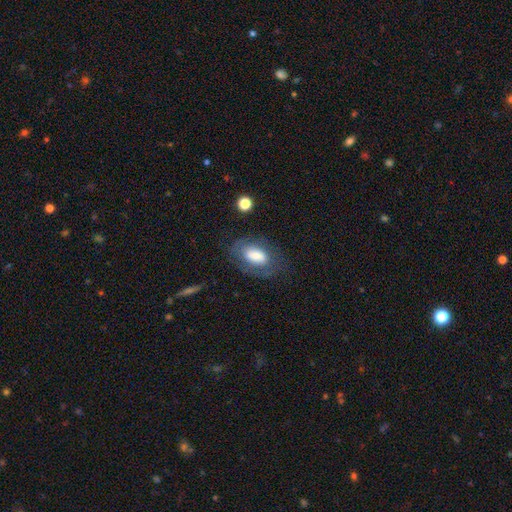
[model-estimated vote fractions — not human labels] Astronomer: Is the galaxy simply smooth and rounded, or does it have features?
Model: smooth — 62%.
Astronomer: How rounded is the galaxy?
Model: in between — 91%.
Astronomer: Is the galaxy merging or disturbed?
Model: none — 68%.